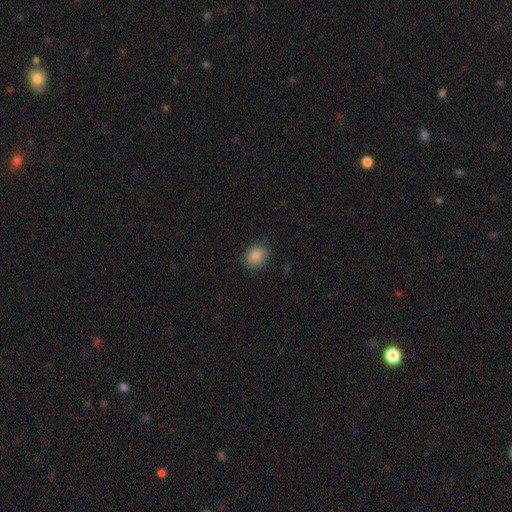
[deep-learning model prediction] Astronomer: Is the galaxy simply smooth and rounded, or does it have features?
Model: smooth — 87%.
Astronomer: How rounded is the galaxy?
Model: round — 70%.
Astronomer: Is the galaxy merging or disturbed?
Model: none — 78%.